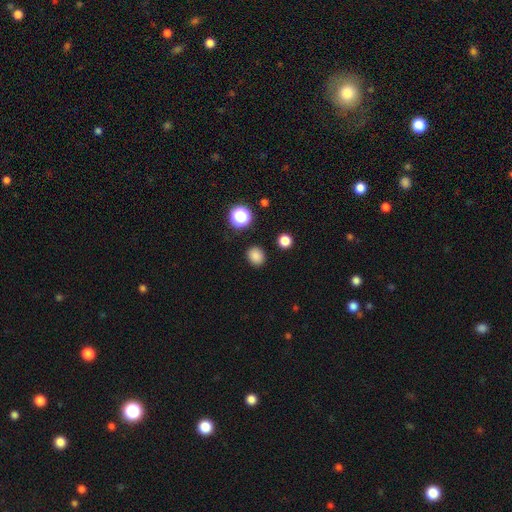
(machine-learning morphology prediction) Q: Smooth or featured?
A: smooth (83%); runner-up: star or artifact (14%)
Q: How rounded?
A: round (73%); runner-up: in between (26%)
Q: Merging?
A: none (88%); runner-up: minor disturbance (7%)